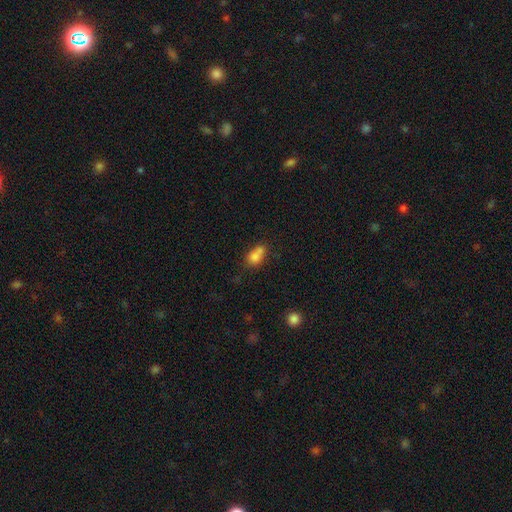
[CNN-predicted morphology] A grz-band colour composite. It shows a smooth galaxy with no disk features (76%) that is in between round and cigar-shaped (54%). Merging: merger (45%).